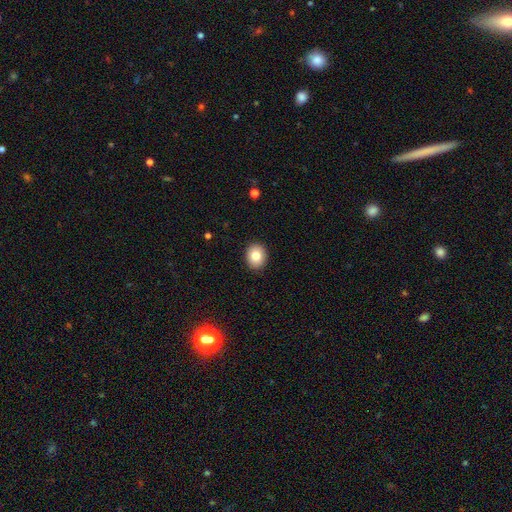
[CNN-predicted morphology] Smooth or featured?
  - smooth: 81% *
  - featured or disk: 10%
  - star or artifact: 9%
How rounded?
  - round: 58% *
  - in between: 41%
  - cigar-shaped: 1%
Merging?
  - none: 91% *
  - minor disturbance: 7%
  - major disturbance: 2%
  - merger: 1%